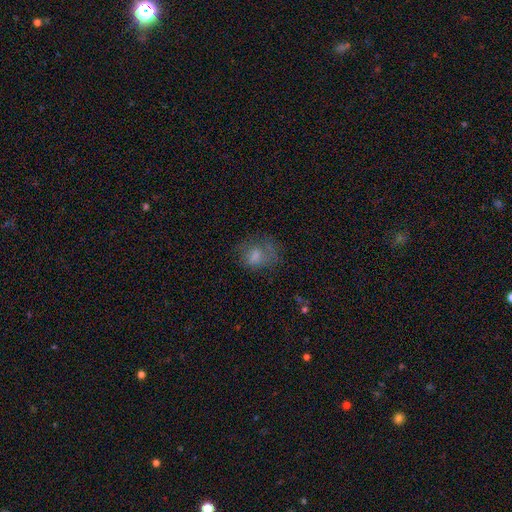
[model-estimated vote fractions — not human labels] smooth-or-featured: smooth: 57% | featured or disk: 25% | star or artifact: 18%
  how-rounded: in between: 53% | round: 45% | cigar-shaped: 2%
  merging: none: 46% | major disturbance: 28% | minor disturbance: 23% | merger: 3%